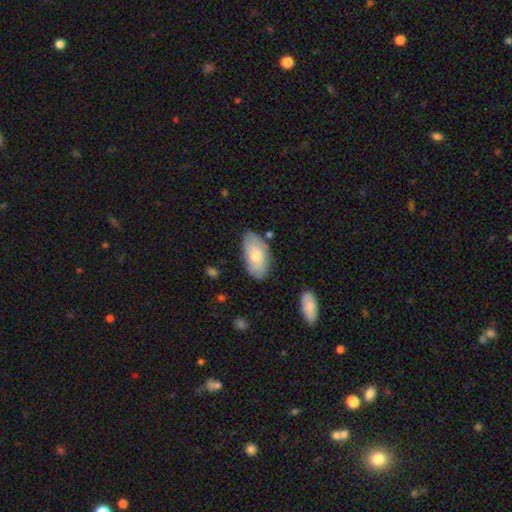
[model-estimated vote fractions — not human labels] This is likely a smooth galaxy (68%). How rounded: clearly in between (94%). Merging: likely none (77%).